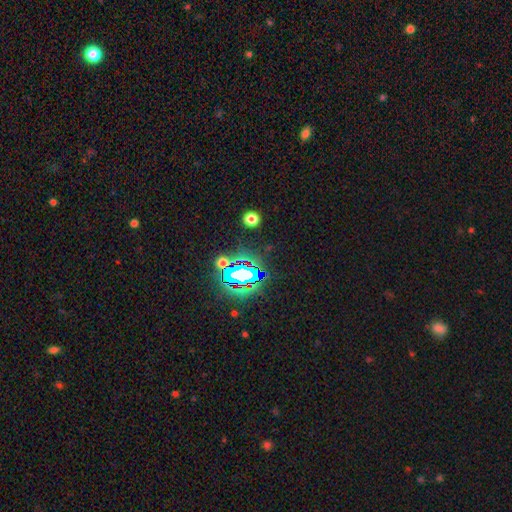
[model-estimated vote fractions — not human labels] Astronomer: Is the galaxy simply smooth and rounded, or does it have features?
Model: star or artifact — 81%.